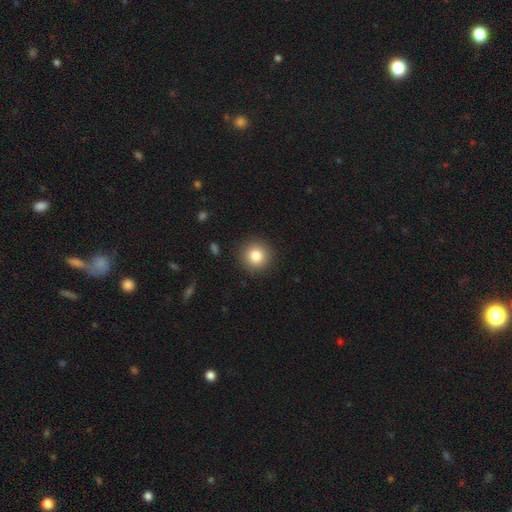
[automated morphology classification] type=smooth (82%); roundness=round (95%); merging=none (91%).